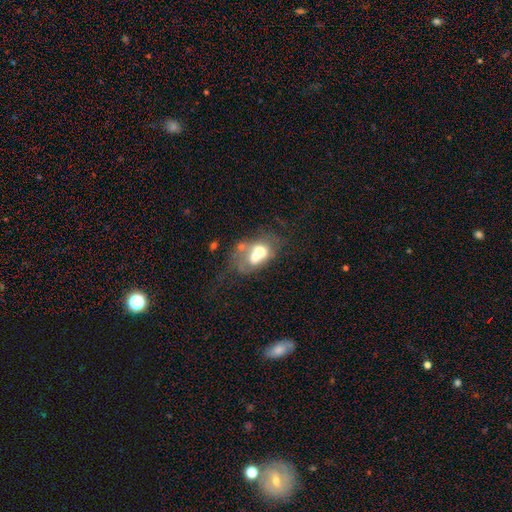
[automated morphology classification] A smooth galaxy with no disk features (42%). Merging: none (37%).